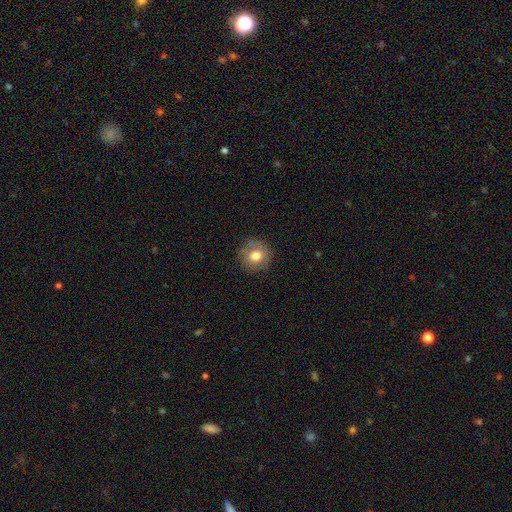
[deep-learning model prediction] smooth-or-featured: smooth: 74% | featured or disk: 16% | star or artifact: 10%
  how-rounded: round: 88% | in between: 11% | cigar-shaped: 1%
  merging: none: 78% | minor disturbance: 16% | major disturbance: 5% | merger: 2%